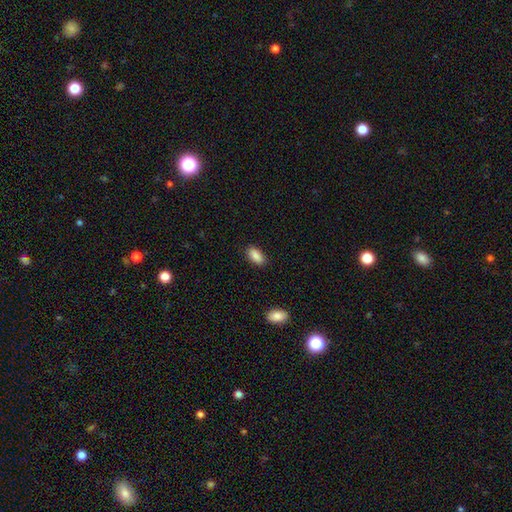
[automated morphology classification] smooth_or_featured: smooth (p=0.89) [alt: star or artifact p=0.07]
how_rounded: in between (p=0.91) [alt: cigar-shaped p=0.06]
merging: none (p=0.87) [alt: minor disturbance p=0.10]